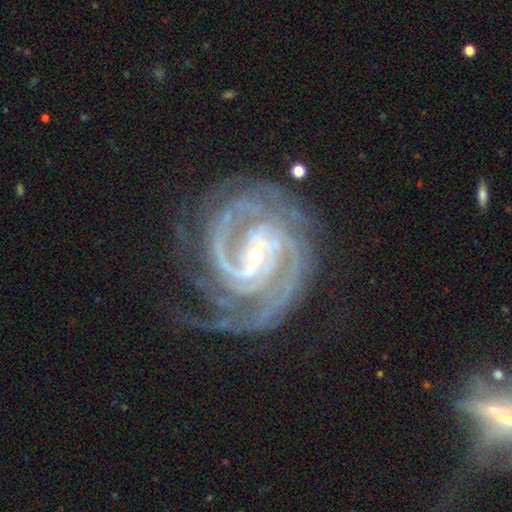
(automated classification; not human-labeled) Morphology: type=featured or disk (93%); edge-on=no (98%); bar=weak (41%); spiral arms=yes (99%); winding=tight (63%); arm count=2 (37%); bulge=small (68%); merging=none (67%).